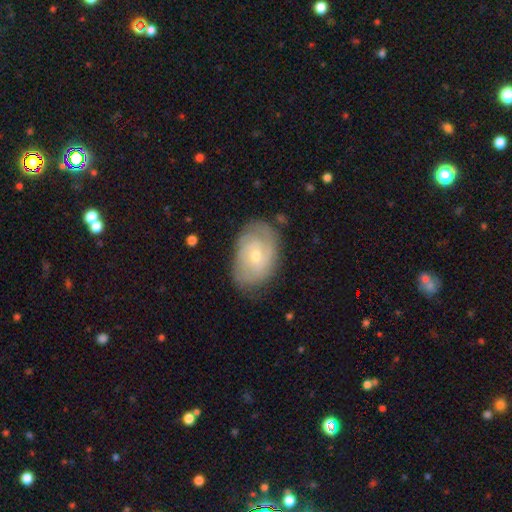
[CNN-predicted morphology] Smooth or featured: featured or disk — 73% (smooth — 21%)
Edge-on disk: no — 96% (yes — 4%)
Bar: no — 68% (weak — 28%)
Spiral arms: yes — 89% (no — 11%)
Spiral winding: tight — 65% (medium — 27%)
Spiral arm count: can't tell — 38% (2 — 35%)
Bulge size: small — 60% (moderate — 37%)
Merging: none — 76% (minor disturbance — 18%)